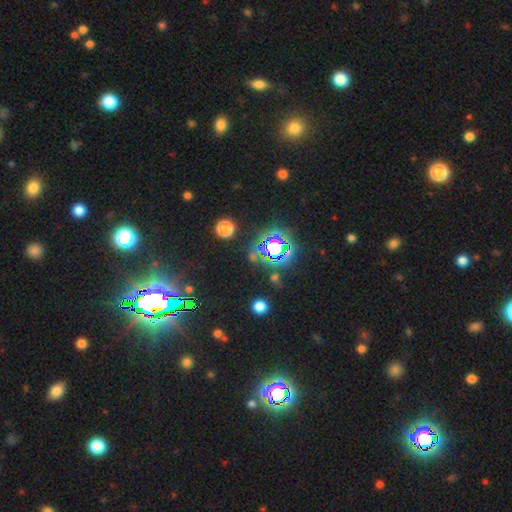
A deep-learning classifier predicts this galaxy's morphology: A star or artifact, not a galaxy (78%).